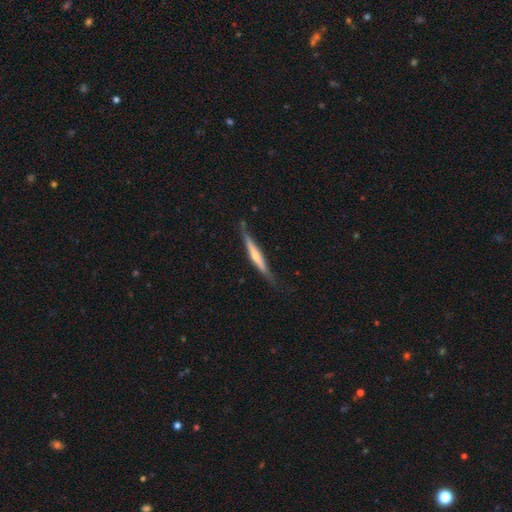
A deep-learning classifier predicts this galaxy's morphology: Smooth or featured?
  - featured or disk: 60% *
  - smooth: 34%
  - star or artifact: 5%
Edge-on disk?
  - yes: 96% *
  - no: 4%
Edge-on bulge?
  - rounded: 67% *
  - none: 25%
  - boxy: 8%
Merging?
  - none: 77% *
  - minor disturbance: 18%
  - major disturbance: 3%
  - merger: 2%